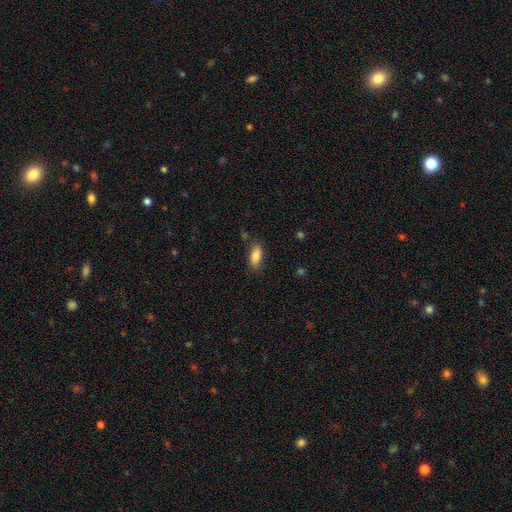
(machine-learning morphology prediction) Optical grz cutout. It shows a smooth galaxy with no disk features (83%) that is in between round and cigar-shaped (83%). Merging: none (77%).